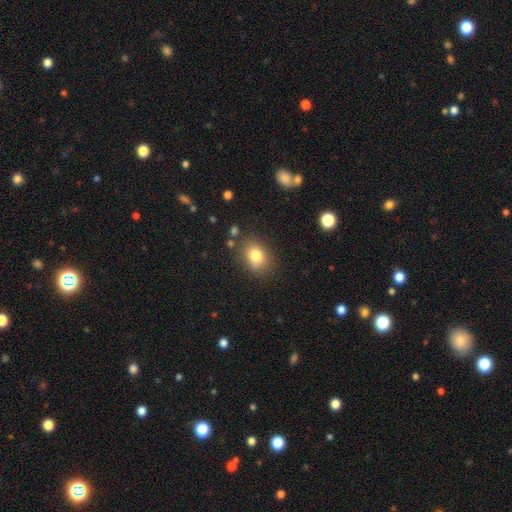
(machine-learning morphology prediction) type=smooth (79%); roundness=in between (59%); merging=none (77%).